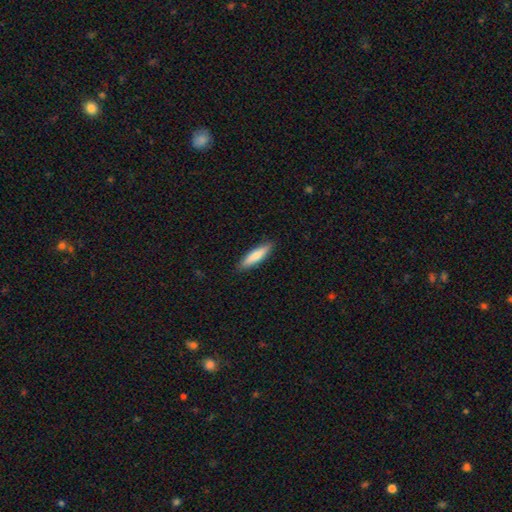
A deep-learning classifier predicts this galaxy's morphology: Overall: smooth (80%). How rounded: cigar-shaped (72%). Merging: none (89%).